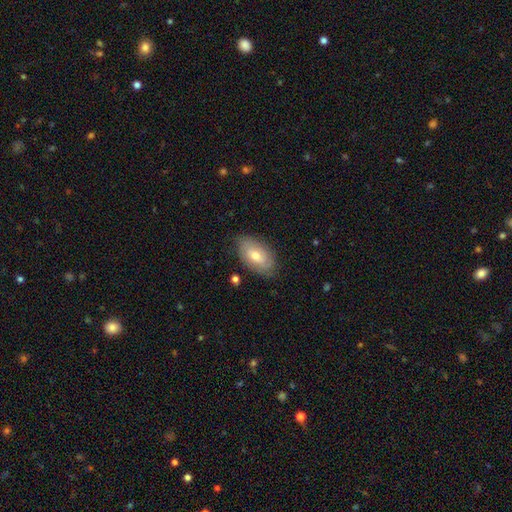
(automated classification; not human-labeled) This appears to be a smooth galaxy with no disk features (50%). Merging: none (79%).